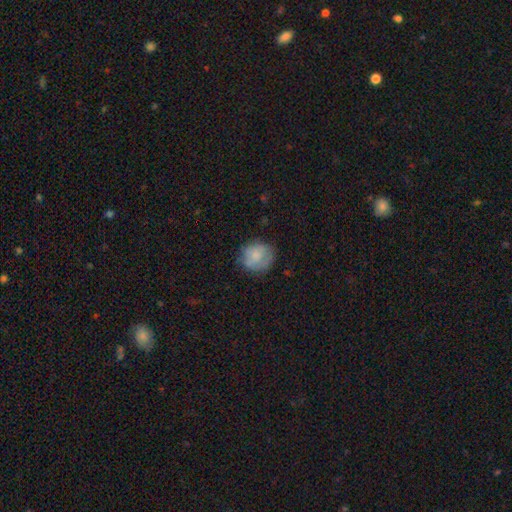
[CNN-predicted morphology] The model was most divided on "merging": none: 67%, minor disturbance: 23%, major disturbance: 9%, merger: 2%. More confident: how rounded — round (84%); smooth or featured — smooth (69%).